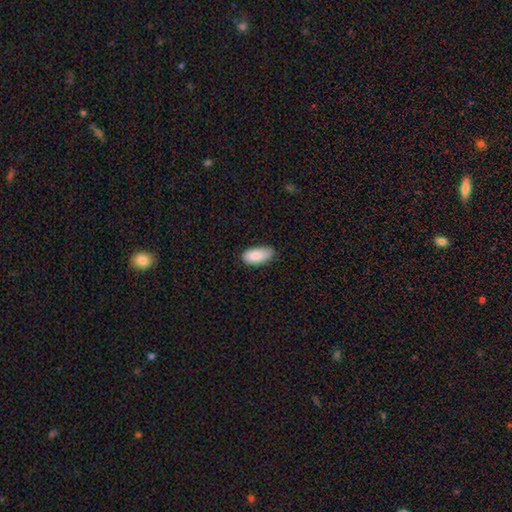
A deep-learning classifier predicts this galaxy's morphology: A smooth galaxy with no disk features (88%) that is in between round and cigar-shaped (90%).

Vote fractions:
- Smooth or featured? smooth: 88% / star or artifact: 7% / featured or disk: 6%
- How rounded? in between: 90% / cigar-shaped: 8% / round: 2%
- Merging? none: 70% / minor disturbance: 26% / major disturbance: 3% / merger: 1%